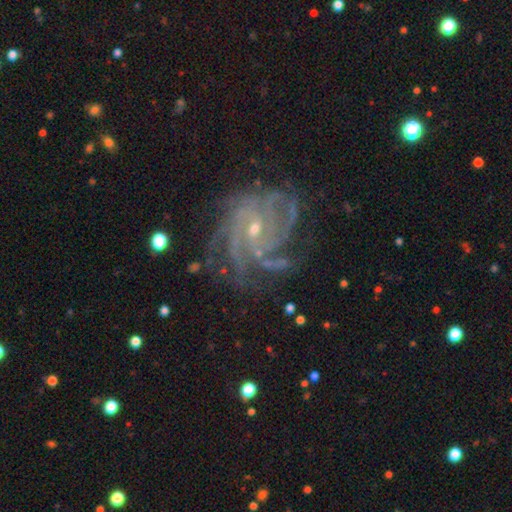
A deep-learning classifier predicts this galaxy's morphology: This is clearly a featured or disk galaxy (80%). It is clearly not viewed edge-on (97%). Bar: likely no (62%). Spiral arm pattern: clearly yes (98%). Spiral arm count: marginally 4 (22%, tied with can't tell). Spiral winding: likely tight (67%). Central bulge: likely small (78%). Merging: likely none (74%).